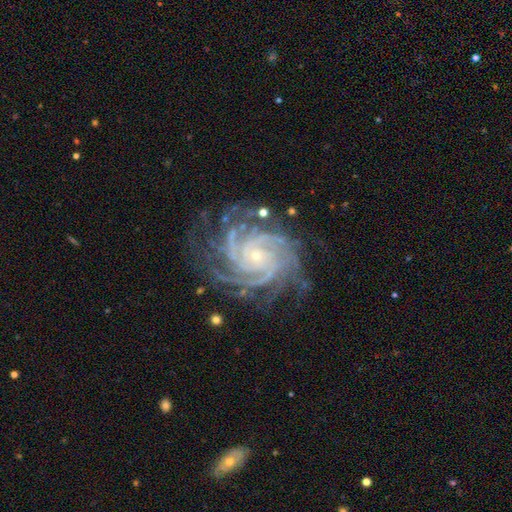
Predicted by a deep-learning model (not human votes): A featured or disk galaxy (92%) with no bar (74%), 4 (37%) tight (76%) spiral arms (99%) and a small central bulge (85%). Merging: none (73%).